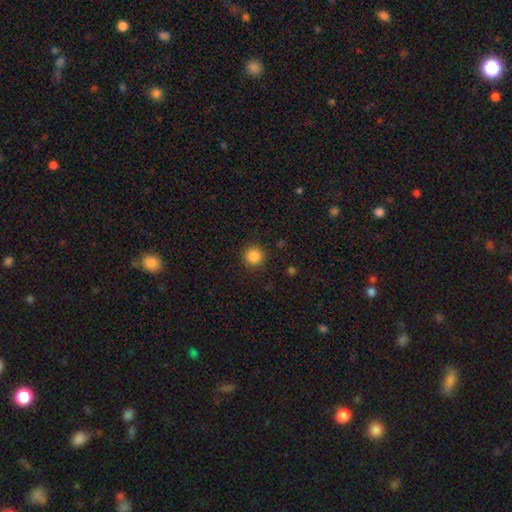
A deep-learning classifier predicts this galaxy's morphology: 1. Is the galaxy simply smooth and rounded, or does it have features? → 86% smooth, 11% star or artifact, 3% featured or disk.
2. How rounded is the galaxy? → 95% round, 4% in between, 1% cigar-shaped.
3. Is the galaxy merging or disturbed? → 91% none, 6% minor disturbance, 2% major disturbance, 1% merger.